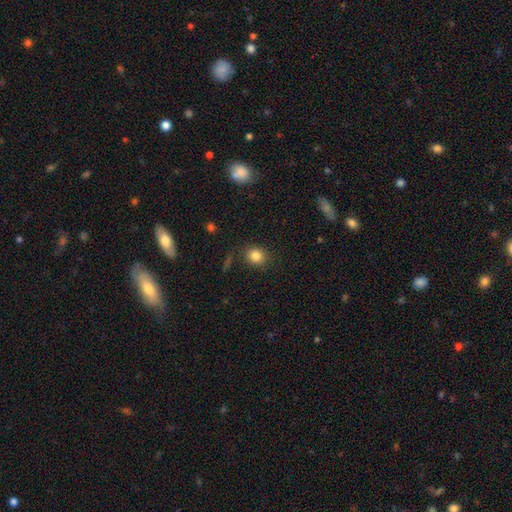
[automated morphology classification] smooth_or_featured: smooth (p=0.83) [alt: star or artifact p=0.11]
how_rounded: round (p=0.71) [alt: in between p=0.28]
merging: none (p=0.85) [alt: minor disturbance p=0.10]